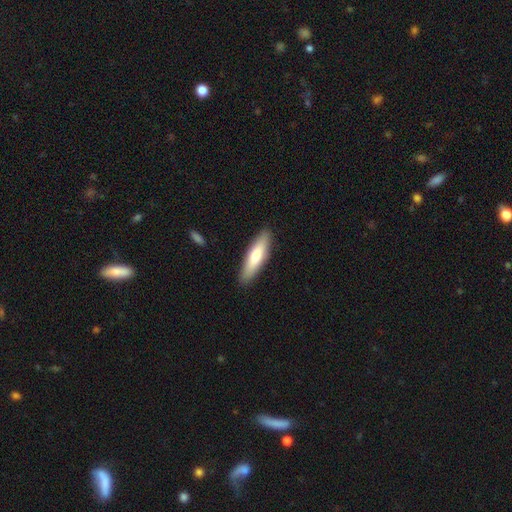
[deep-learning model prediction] A smooth galaxy with no disk features (72%) that is cigar-shaped (70%).

Vote fractions:
- Smooth or featured? smooth: 72% / featured or disk: 23% / star or artifact: 5%
- How rounded? cigar-shaped: 70% / in between: 29% / round: 1%
- Merging? none: 89% / minor disturbance: 8% / major disturbance: 2% / merger: 1%